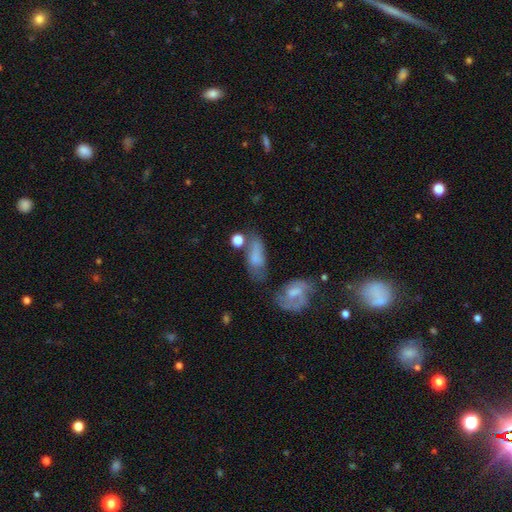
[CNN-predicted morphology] smooth 62%, featured or disk 26%, star or artifact 12%. Down the decision tree: how rounded — in between (78%); merging — none (41%).